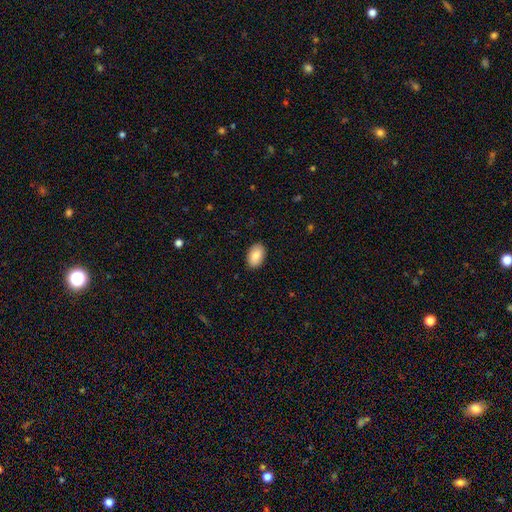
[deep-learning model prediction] A smooth galaxy with no disk features (88%) that is in between round and cigar-shaped (92%). Merging: none (89%).